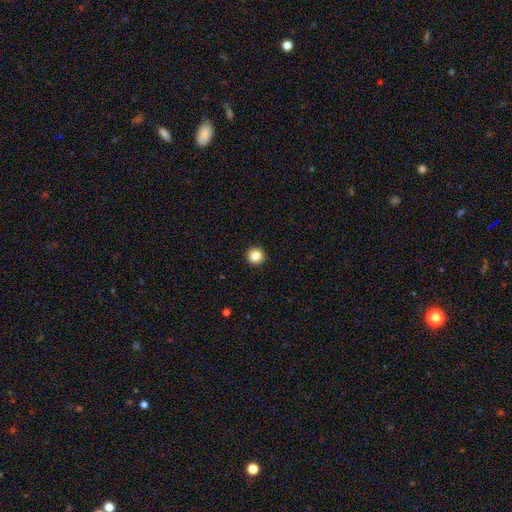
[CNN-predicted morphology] This is clearly a smooth galaxy (84%). How rounded: clearly round (96%). Merging: clearly none (94%).